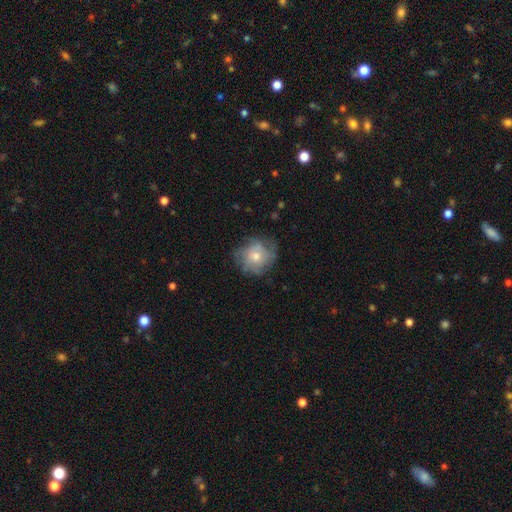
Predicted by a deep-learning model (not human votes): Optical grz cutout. It shows a smooth galaxy with no disk features (48%). Merging: none (64%).